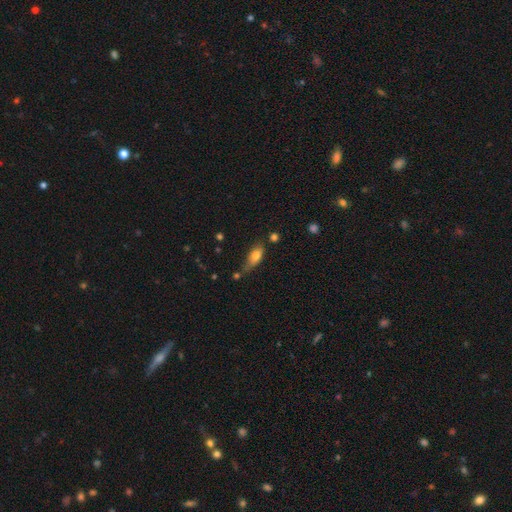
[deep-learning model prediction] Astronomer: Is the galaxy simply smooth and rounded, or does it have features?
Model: smooth — 76%.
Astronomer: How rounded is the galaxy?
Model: in between — 78%.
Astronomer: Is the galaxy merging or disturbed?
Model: none — 46% (runner-up: minor disturbance, 31%).